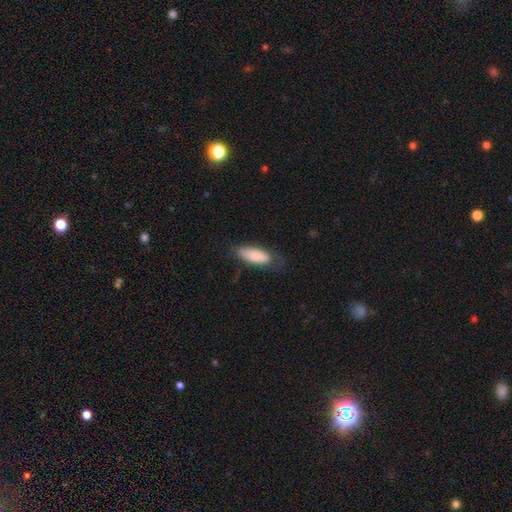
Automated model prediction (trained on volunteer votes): A smooth galaxy with no disk features (83%) that is in between round and cigar-shaped (74%). Merging: none (57%).